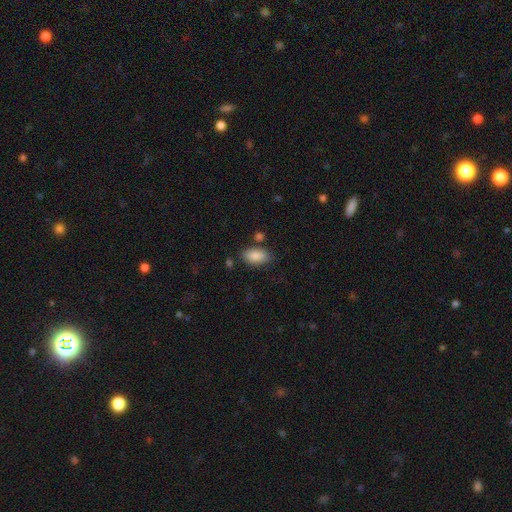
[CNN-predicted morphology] A smooth galaxy with no disk features (88%) that is in between round and cigar-shaped (93%). Merging: none (76%).